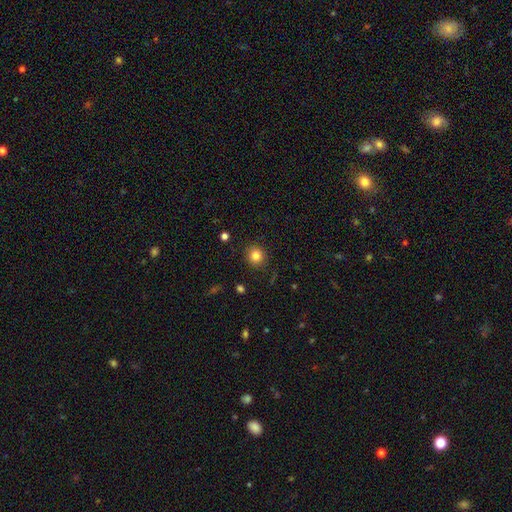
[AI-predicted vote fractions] A smooth galaxy with no disk features (83%) that is round (89%). Merging: none (89%).